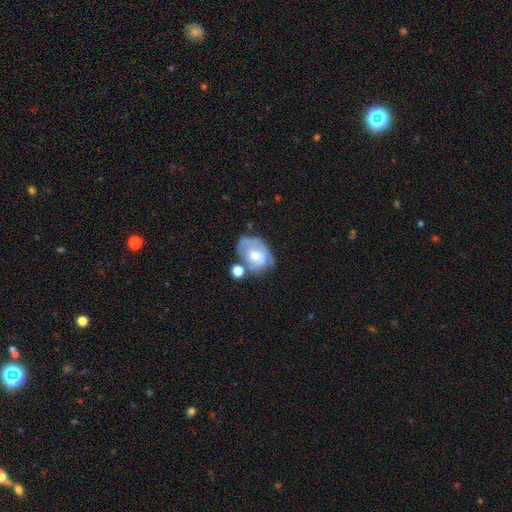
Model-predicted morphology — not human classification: Overall: featured or disk (51%; smooth 41%). Edge-on disk: no (96%). Merging: none (37%; minor disturbance 27%).